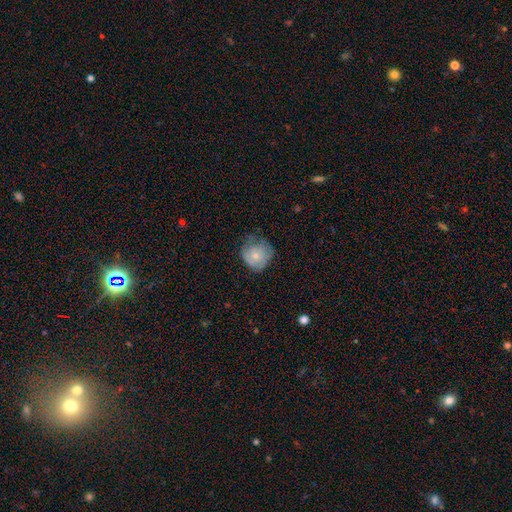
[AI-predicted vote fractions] The model was most divided on "merging": none: 50%, minor disturbance: 35%, major disturbance: 14%, merger: 1%. More confident: how rounded — round (83%); smooth or featured — smooth (63%).